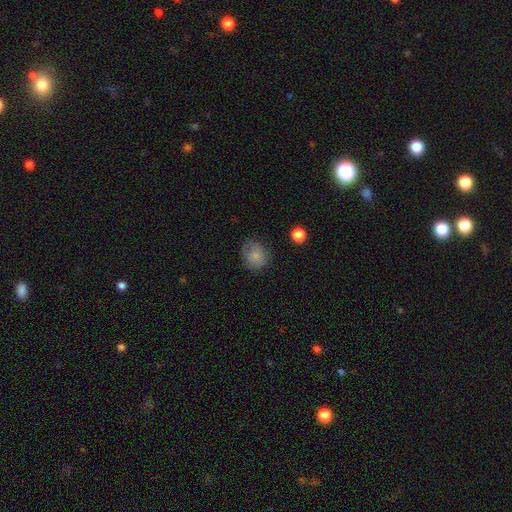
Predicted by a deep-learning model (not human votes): Smooth or featured?
  - smooth: 80% *
  - featured or disk: 11%
  - star or artifact: 9%
How rounded?
  - round: 68% *
  - in between: 31%
  - cigar-shaped: 1%
Merging?
  - none: 70% *
  - minor disturbance: 22%
  - major disturbance: 7%
  - merger: 1%